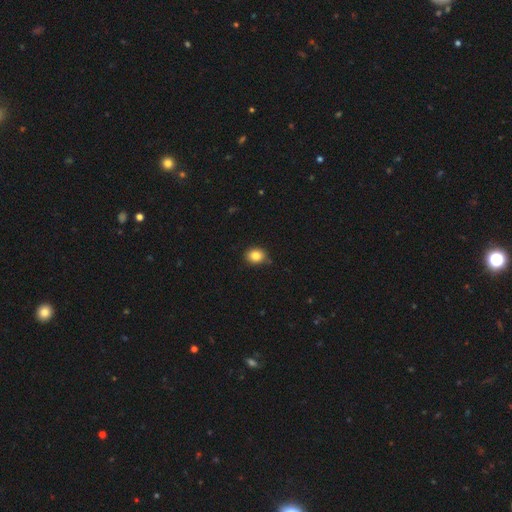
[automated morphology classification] A smooth galaxy with no disk features (85%) that is round (58%).

Vote fractions:
- Smooth or featured? smooth: 85% / star or artifact: 10% / featured or disk: 6%
- How rounded? round: 58% / in between: 41% / cigar-shaped: 1%
- Merging? none: 81% / minor disturbance: 15% / major disturbance: 2% / merger: 2%